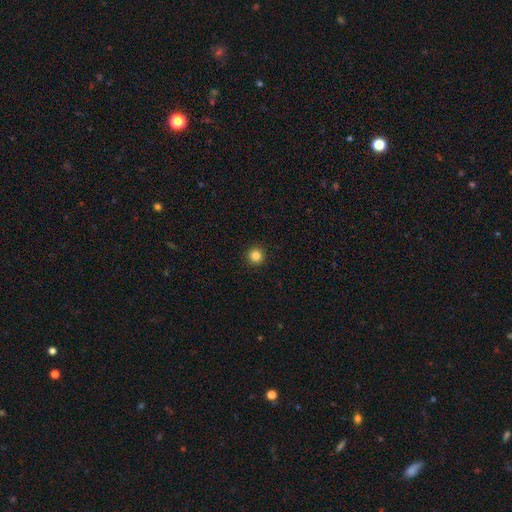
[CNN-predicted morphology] type=smooth (84%); roundness=round (96%); merging=none (93%).